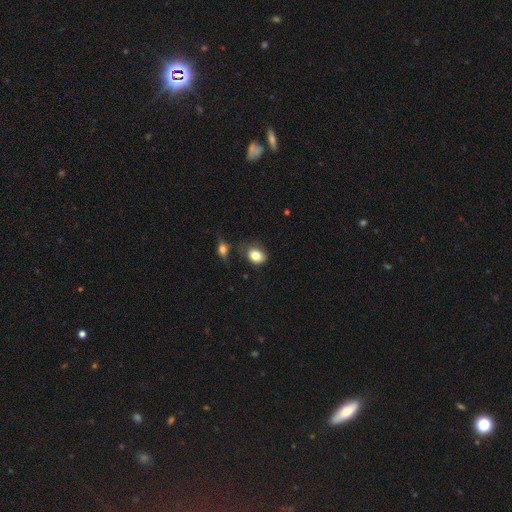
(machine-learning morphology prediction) Overall: smooth (83%). How rounded: in between (62%; round 37%). Merging: none (63%; minor disturbance 23%).